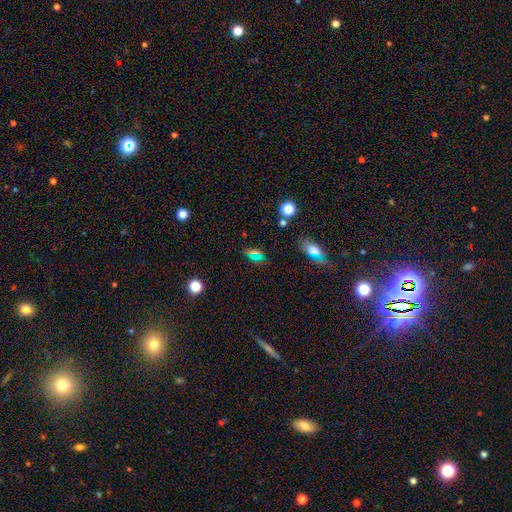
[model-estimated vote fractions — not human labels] smooth-or-featured: smooth: 52% | star or artifact: 38% | featured or disk: 10%
  how-rounded: in between: 58% | round: 31% | cigar-shaped: 11%
  merging: none: 74% | minor disturbance: 13% | major disturbance: 7% | merger: 6%